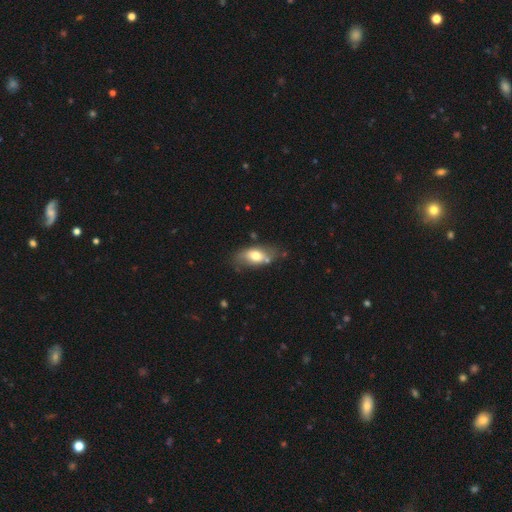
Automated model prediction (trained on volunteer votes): Smooth or featured: smooth — 65% (featured or disk — 28%)
How rounded: in between — 88% (cigar-shaped — 6%)
Merging: none — 66% (minor disturbance — 22%)